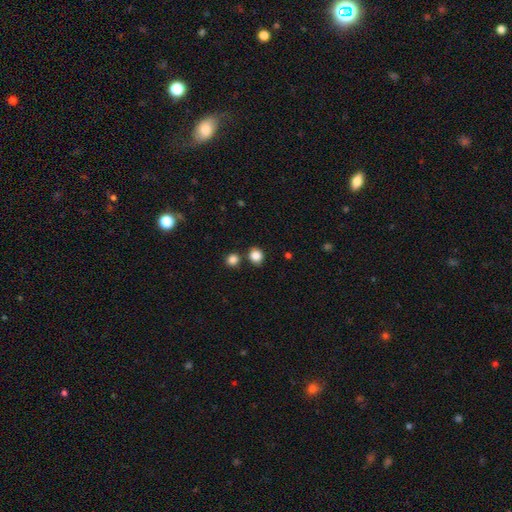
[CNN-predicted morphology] Smooth or featured? smooth (86%)
How rounded? round (80%)
Merging? none (77%)